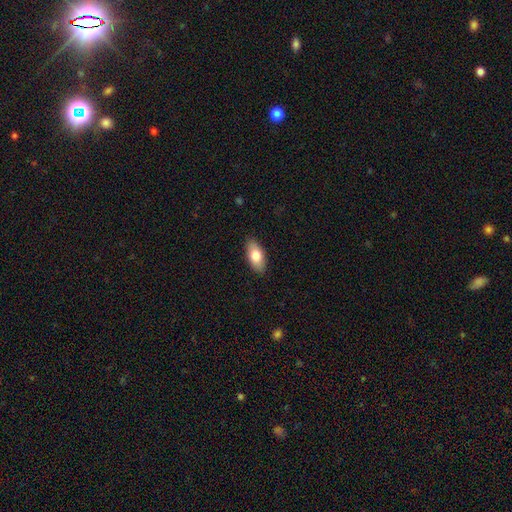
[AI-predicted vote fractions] Smooth or featured: smooth — 78% (featured or disk — 16%)
How rounded: in between — 90% (cigar-shaped — 7%)
Merging: none — 88% (minor disturbance — 9%)